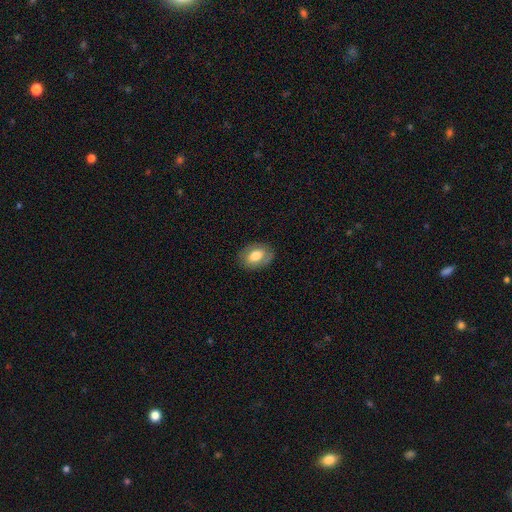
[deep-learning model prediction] Smooth or featured: smooth — 68% (featured or disk — 24%)
How rounded: in between — 79% (round — 20%)
Merging: none — 82% (minor disturbance — 13%)